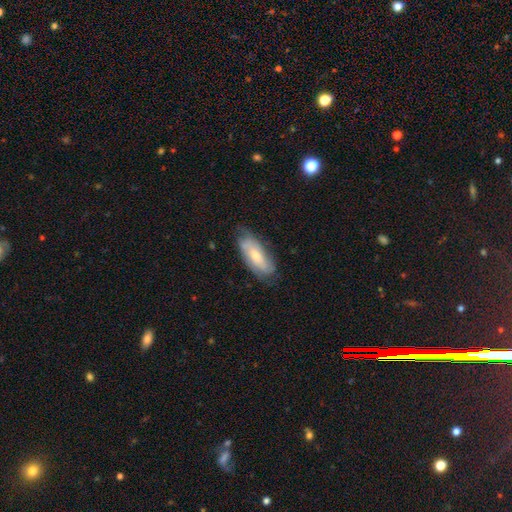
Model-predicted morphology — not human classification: type=featured or disk (49%); merging=none (67%).